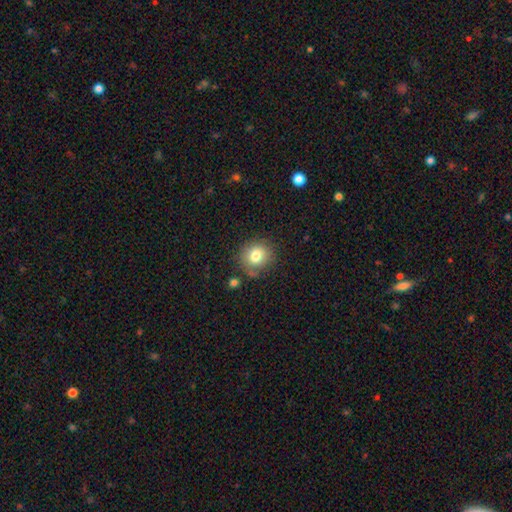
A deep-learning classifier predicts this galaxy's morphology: smooth 79%, star or artifact 11%, featured or disk 10%. Down the decision tree: how rounded — round (84%); merging — none (75%).